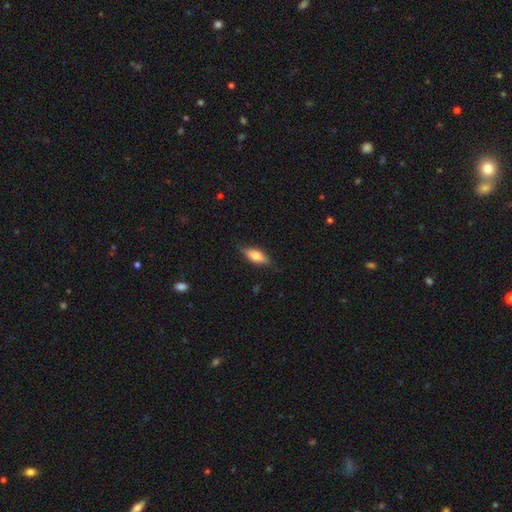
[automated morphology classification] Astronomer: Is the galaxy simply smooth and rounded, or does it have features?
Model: smooth — 57% (runner-up: featured or disk, 36%).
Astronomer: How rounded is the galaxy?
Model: in between — 68%.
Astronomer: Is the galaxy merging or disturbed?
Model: none — 79%.